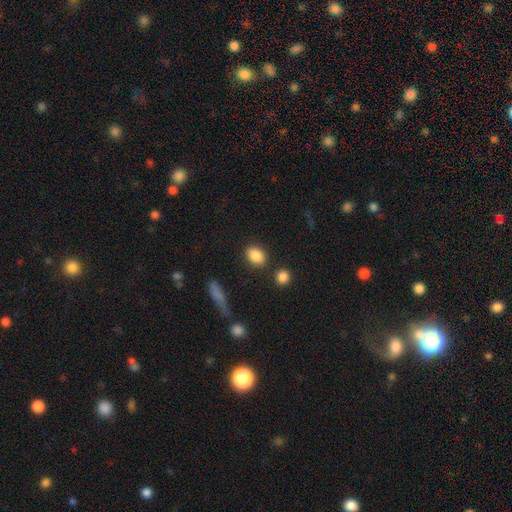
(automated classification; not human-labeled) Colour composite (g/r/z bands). It shows a smooth galaxy with no disk features (87%) that is in between round and cigar-shaped (72%). Merging: none (82%).